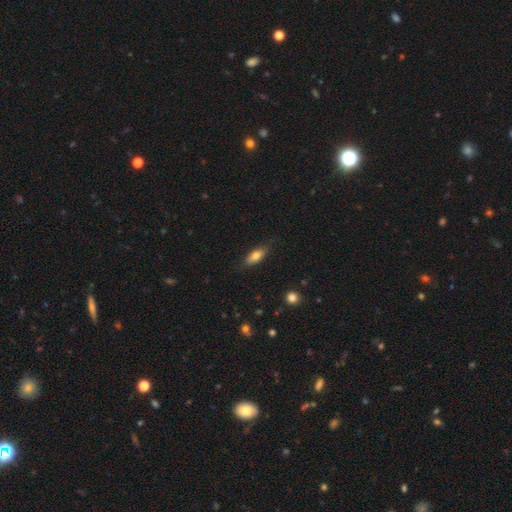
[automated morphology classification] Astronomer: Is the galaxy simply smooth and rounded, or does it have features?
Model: smooth — 76%.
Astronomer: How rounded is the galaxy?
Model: in between — 76%.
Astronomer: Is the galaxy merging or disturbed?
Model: none — 79%.